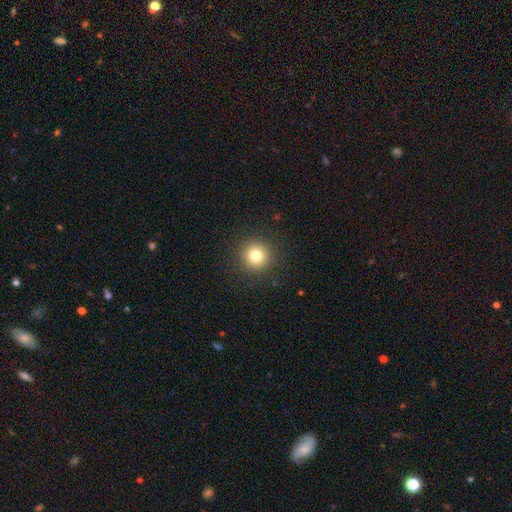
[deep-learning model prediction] This appears to be a smooth galaxy with no disk features (81%) that is round (95%). Merging: none (91%).